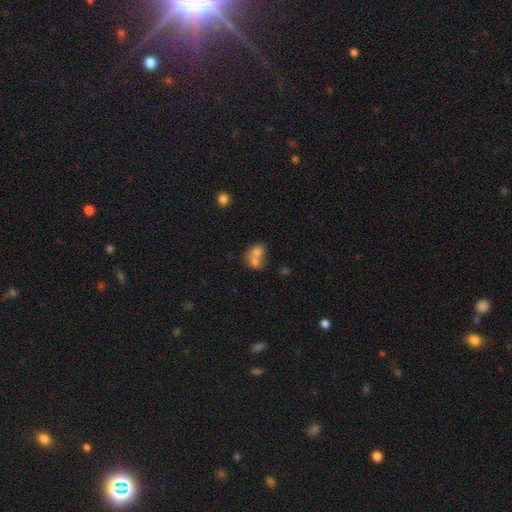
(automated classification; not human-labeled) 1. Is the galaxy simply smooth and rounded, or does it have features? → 70% smooth, 20% featured or disk, 10% star or artifact.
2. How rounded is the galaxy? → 53% round, 46% in between, 1% cigar-shaped.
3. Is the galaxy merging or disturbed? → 70% merger, 20% none, 6% minor disturbance, 3% major disturbance.